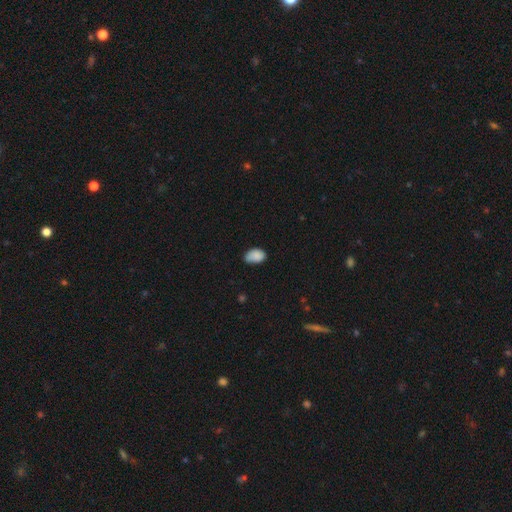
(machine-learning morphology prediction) smooth-or-featured: smooth: 86% | star or artifact: 8% | featured or disk: 6%
  how-rounded: in between: 87% | round: 12% | cigar-shaped: 1%
  merging: none: 58% | minor disturbance: 34% | major disturbance: 6% | merger: 2%